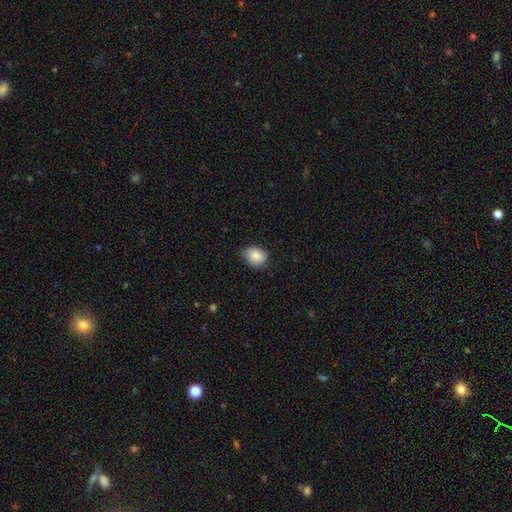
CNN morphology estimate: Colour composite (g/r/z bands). It shows a smooth galaxy with no disk features (86%) that is in between round and cigar-shaped (54%). Merging: none (70%).